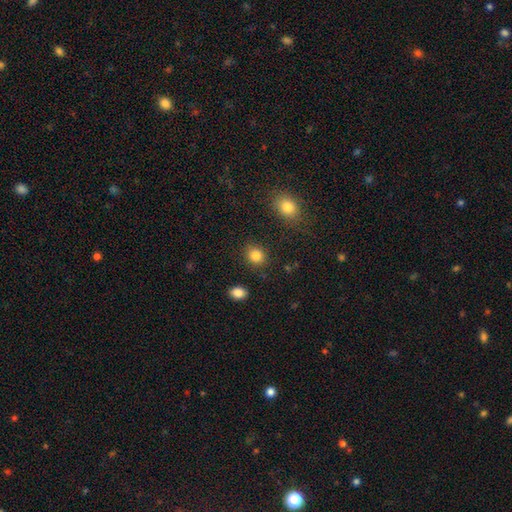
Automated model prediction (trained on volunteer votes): This is clearly a smooth galaxy (85%). How rounded: likely round (68%). Merging: clearly none (87%).